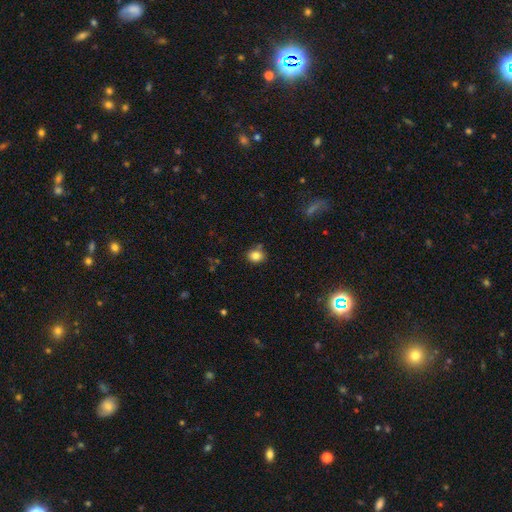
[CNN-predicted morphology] type=smooth (83%); roundness=round (66%); merging=none (76%).